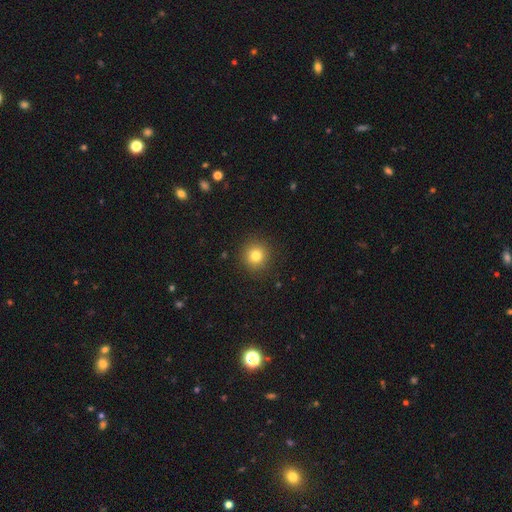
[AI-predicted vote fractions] This appears to be a smooth galaxy with no disk features (80%) that is round (94%). Merging: none (91%).